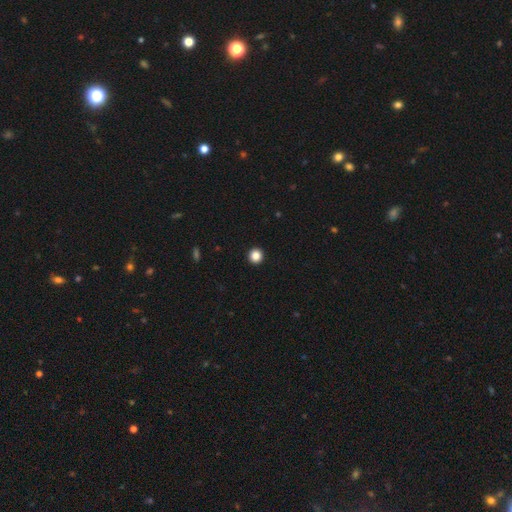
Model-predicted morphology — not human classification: type=smooth (86%); roundness=round (95%); merging=none (94%).